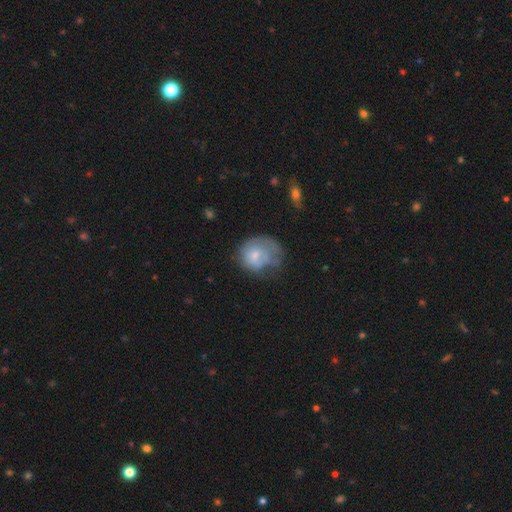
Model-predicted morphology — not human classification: Smooth or featured? smooth (56%)
How rounded? round (64%)
Merging? major disturbance (35%)